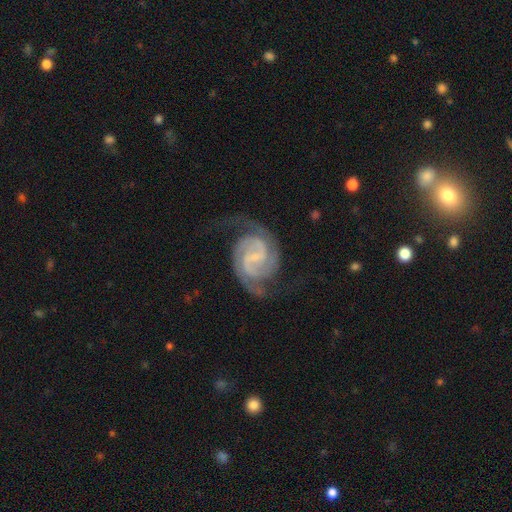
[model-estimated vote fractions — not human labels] Smooth or featured? featured or disk (93%)
Edge-on disk? no (98%)
Bar? weak (50%)
Spiral arms? yes (99%)
Spiral winding? medium (48%)
Spiral arm count? 2 (86%)
Bulge size? small (72%)
Merging? none (72%)